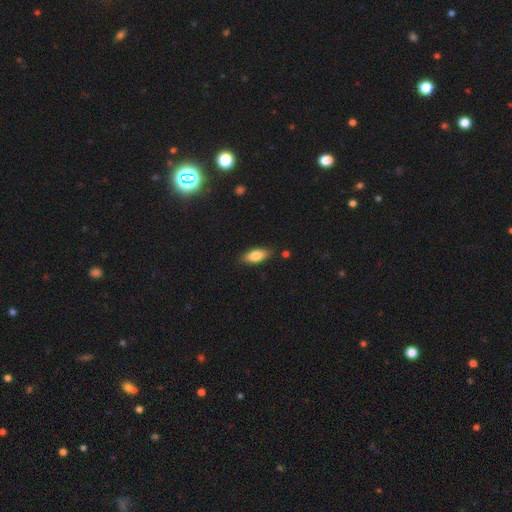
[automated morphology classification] This is clearly a smooth galaxy (80%). How rounded: likely in between (79%). Merging: clearly none (84%).